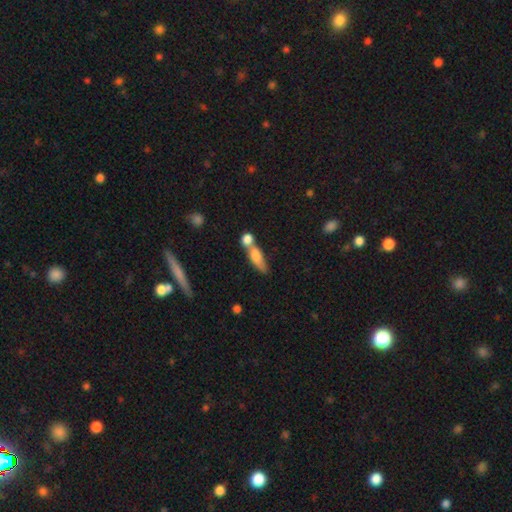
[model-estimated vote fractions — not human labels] This appears to be a smooth galaxy with no disk features (69%) that is in between round and cigar-shaped (49%). Merging: merger (56%).